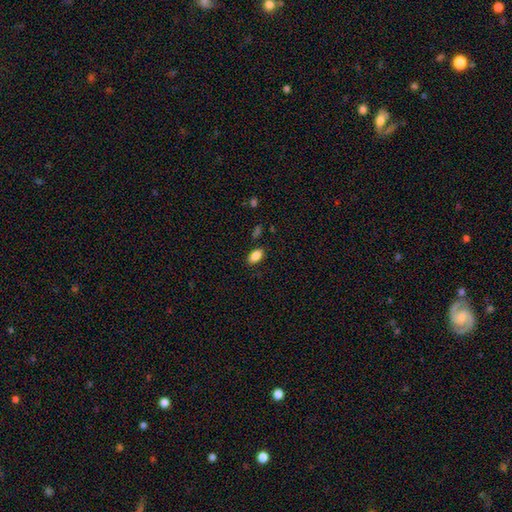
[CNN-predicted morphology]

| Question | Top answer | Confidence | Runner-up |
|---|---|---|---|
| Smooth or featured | smooth | 86% | star or artifact (9%) |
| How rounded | in between | 91% | round (6%) |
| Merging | none | 86% | minor disturbance (10%) |